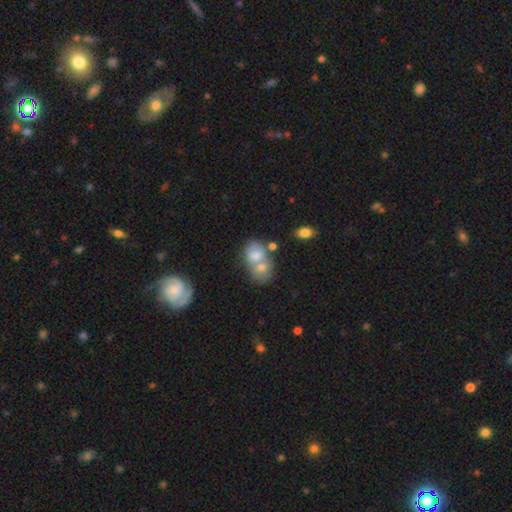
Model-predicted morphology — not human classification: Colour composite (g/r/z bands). It shows a smooth galaxy with no disk features (57%) that is in between round and cigar-shaped (65%). Merging: merger (58%).